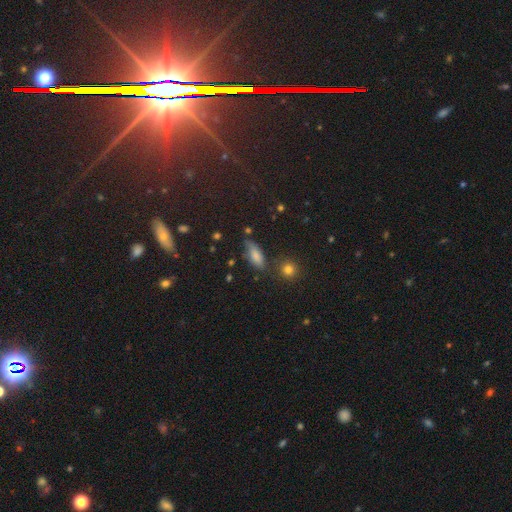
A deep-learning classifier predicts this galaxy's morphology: Overall: smooth (75%). How rounded: in between (76%). Merging: none (60%; minor disturbance 25%).